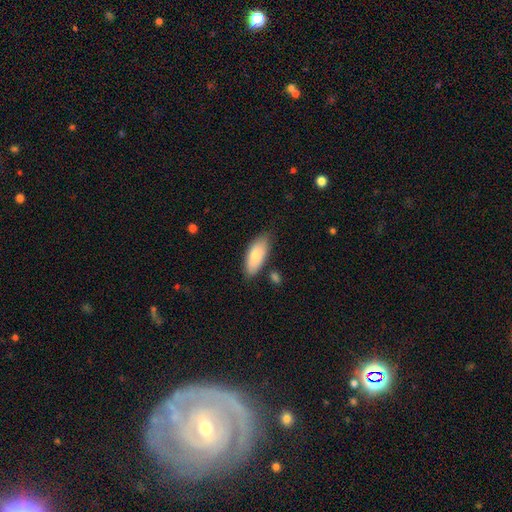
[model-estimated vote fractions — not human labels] Morphology: type=smooth (83%); roundness=in between (84%); merging=none (77%).